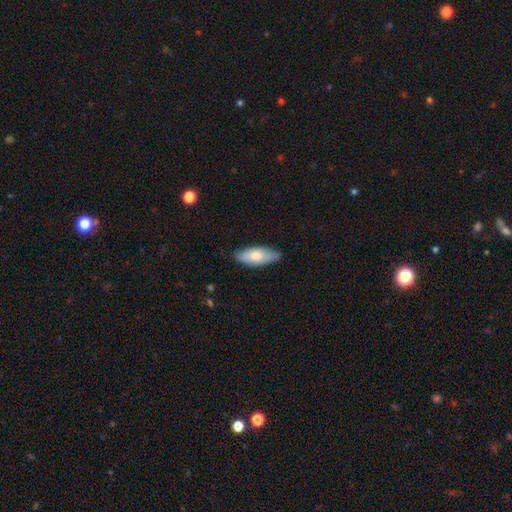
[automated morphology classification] Q: Smooth or featured?
A: smooth (70%); runner-up: featured or disk (25%)
Q: How rounded?
A: in between (79%); runner-up: cigar-shaped (18%)
Q: Merging?
A: none (80%); runner-up: minor disturbance (16%)